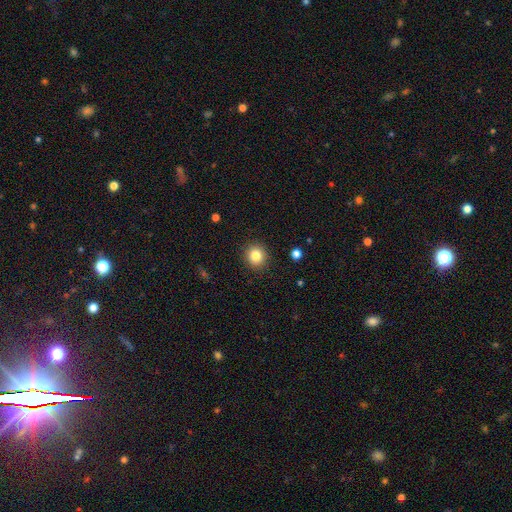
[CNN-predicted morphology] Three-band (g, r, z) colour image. It shows a smooth galaxy with no disk features (83%) that is round (87%). Merging: none (91%).